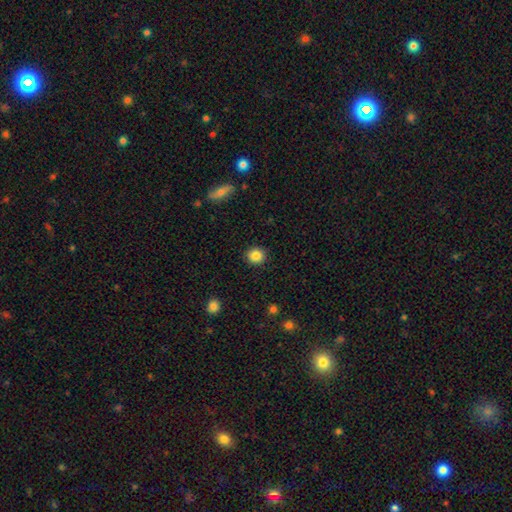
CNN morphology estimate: type=smooth (85%); roundness=round (88%); merging=none (91%).